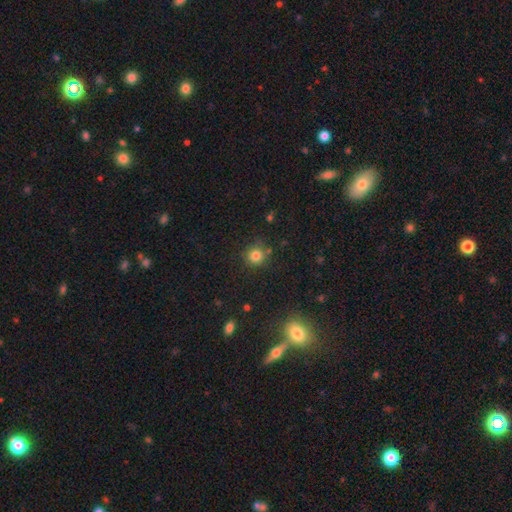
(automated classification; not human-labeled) A smooth galaxy with no disk features (80%) that is round (91%).

Vote fractions:
- Smooth or featured? smooth: 80% / star or artifact: 14% / featured or disk: 6%
- How rounded? round: 91% / in between: 8% / cigar-shaped: 1%
- Merging? none: 79% / minor disturbance: 12% / merger: 6% / major disturbance: 4%